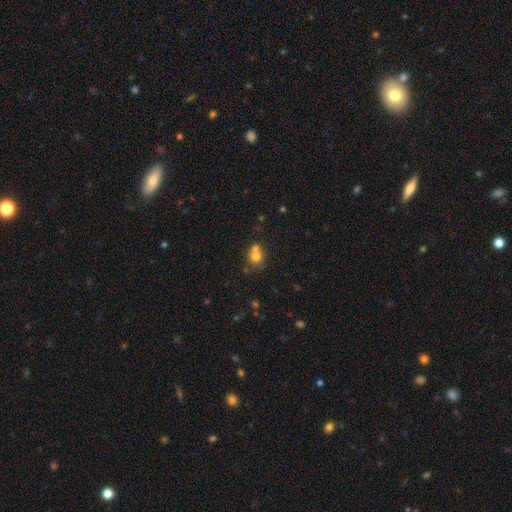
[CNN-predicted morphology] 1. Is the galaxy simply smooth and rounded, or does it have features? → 72% smooth, 15% featured or disk, 13% star or artifact.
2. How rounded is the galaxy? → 80% round, 19% in between, 1% cigar-shaped.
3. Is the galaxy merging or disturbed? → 50% merger, 38% none, 8% minor disturbance, 4% major disturbance.